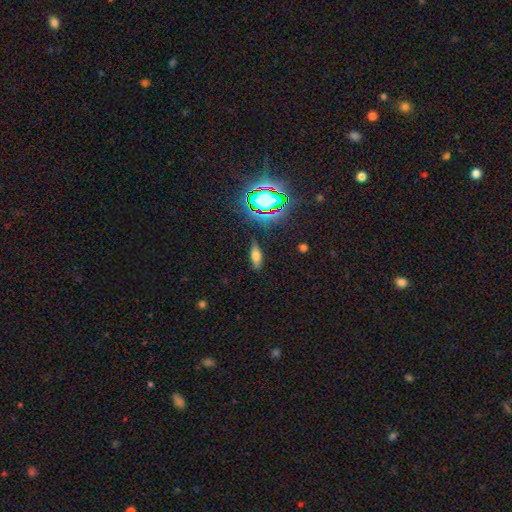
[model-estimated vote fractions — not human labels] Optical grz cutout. It shows a smooth galaxy with no disk features (60%) that is in between round and cigar-shaped (63%). Merging: none (84%).